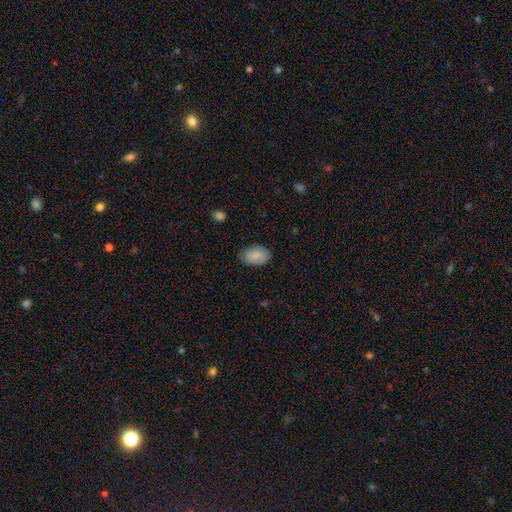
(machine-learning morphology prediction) Smooth or featured? Predicted: smooth (p=0.88). How rounded? Predicted: in between (p=0.90). Merging? Predicted: none (p=0.79).